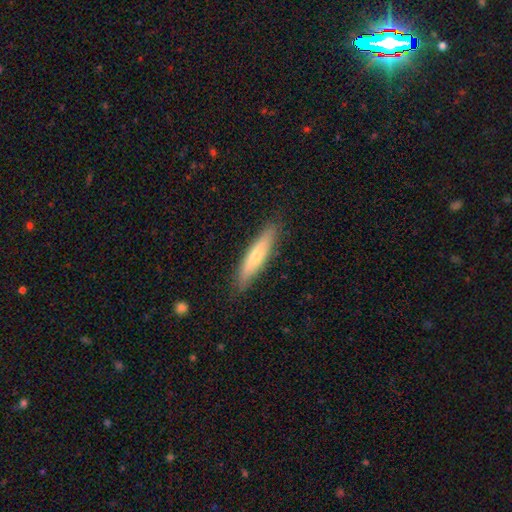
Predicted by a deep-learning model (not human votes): Morphology: type=smooth (55%); roundness=cigar-shaped (84%); merging=none (87%).